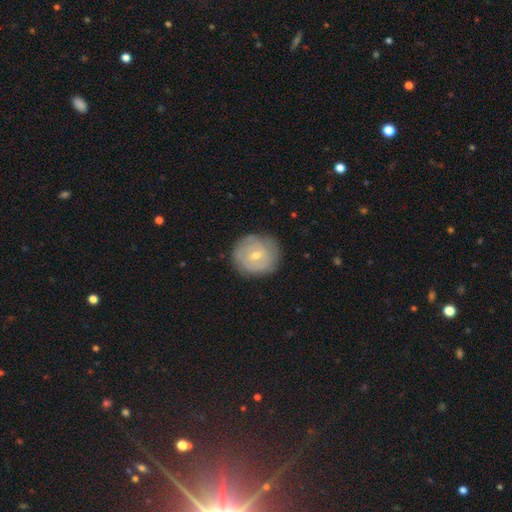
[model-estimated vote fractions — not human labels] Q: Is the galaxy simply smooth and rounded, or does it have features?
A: featured or disk — 51%.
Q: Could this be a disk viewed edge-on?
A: no — 97%.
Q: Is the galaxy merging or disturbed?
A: none — 79%.